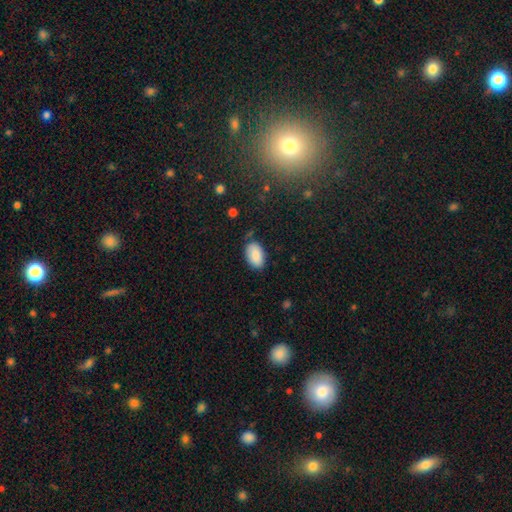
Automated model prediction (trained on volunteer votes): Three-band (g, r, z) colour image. It shows a smooth galaxy with no disk features (87%) that is in between round and cigar-shaped (94%). Merging: none (77%).